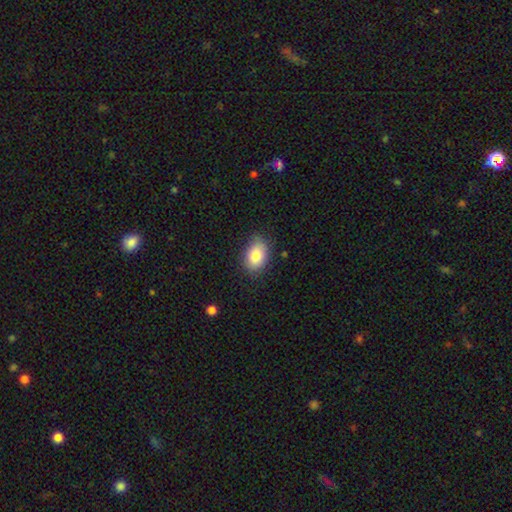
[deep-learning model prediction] smooth_or_featured: smooth (p=0.82) [alt: featured or disk p=0.10]
how_rounded: in between (p=0.84) [alt: round p=0.14]
merging: none (p=0.79) [alt: minor disturbance p=0.16]